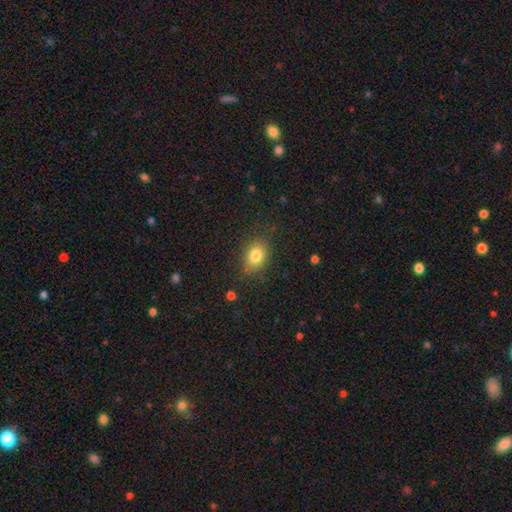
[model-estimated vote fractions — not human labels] Smooth or featured? Predicted: smooth (p=0.81). How rounded? Predicted: in between (p=0.70). Merging? Predicted: none (p=0.81).